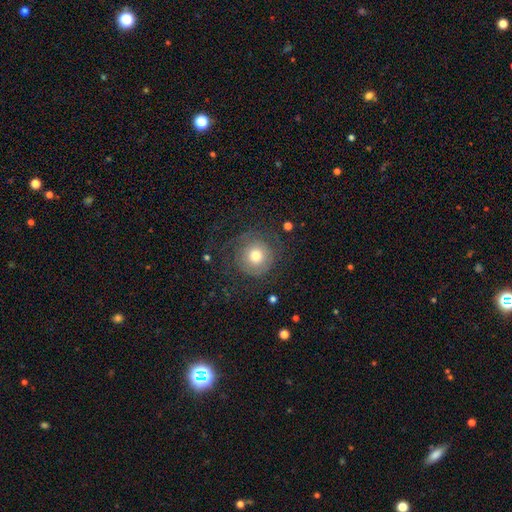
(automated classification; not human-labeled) Smooth or featured: smooth — 56% (featured or disk — 34%)
How rounded: round — 93% (in between — 6%)
Merging: none — 66% (major disturbance — 18%)